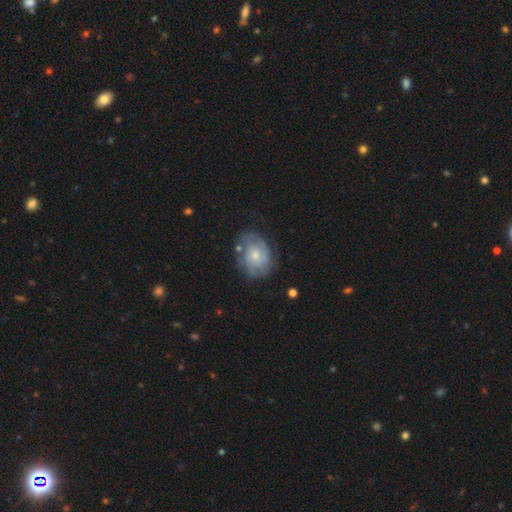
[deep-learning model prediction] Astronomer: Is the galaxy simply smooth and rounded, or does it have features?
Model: featured or disk — 50% (runner-up: smooth, 43%).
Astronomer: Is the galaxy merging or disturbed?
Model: none — 62%.